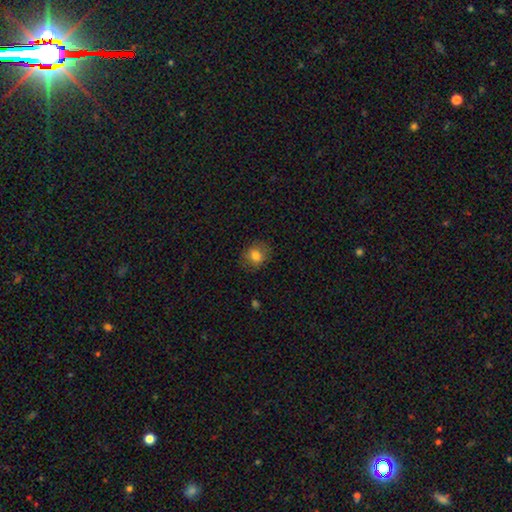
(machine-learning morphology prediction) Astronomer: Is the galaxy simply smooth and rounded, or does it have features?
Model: smooth — 79%.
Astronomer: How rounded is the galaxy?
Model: round — 68%.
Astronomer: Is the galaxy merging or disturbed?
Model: none — 84%.